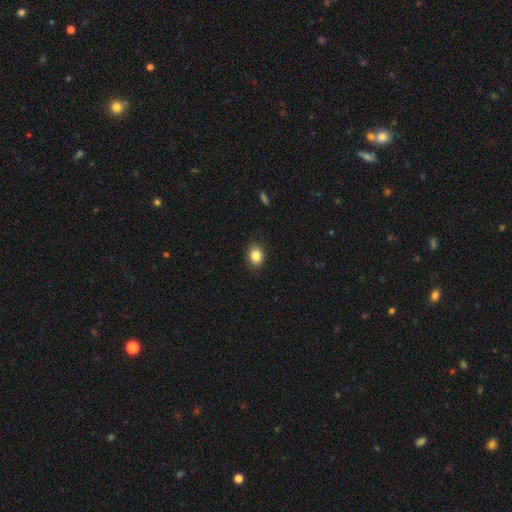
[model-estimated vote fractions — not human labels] Smooth or featured? smooth (84%)
How rounded? in between (53%)
Merging? none (87%)